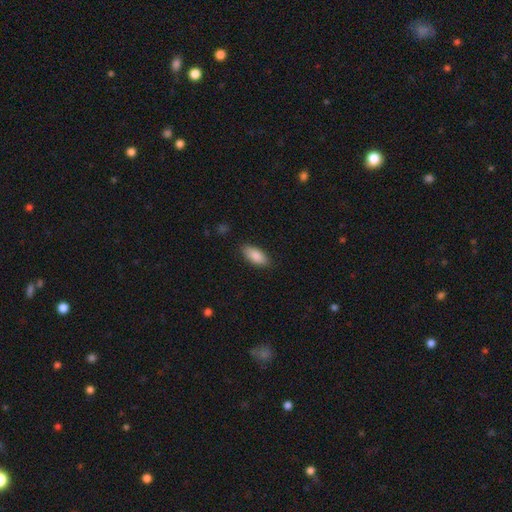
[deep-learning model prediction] Q: Smooth or featured?
A: smooth (87%); runner-up: featured or disk (7%)
Q: How rounded?
A: in between (88%); runner-up: cigar-shaped (10%)
Q: Merging?
A: none (85%); runner-up: minor disturbance (11%)